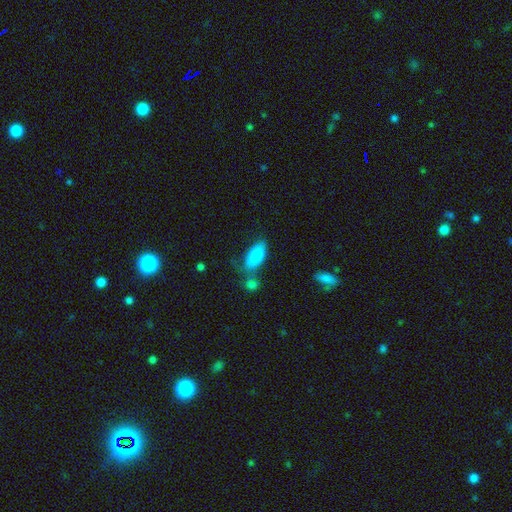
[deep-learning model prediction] smooth-or-featured: smooth: 86% | featured or disk: 8% | star or artifact: 7%
  how-rounded: in between: 88% | cigar-shaped: 10% | round: 2%
  merging: none: 51% | minor disturbance: 23% | merger: 17% | major disturbance: 9%